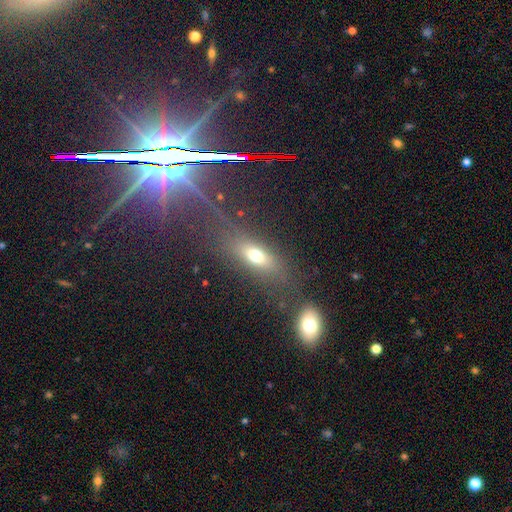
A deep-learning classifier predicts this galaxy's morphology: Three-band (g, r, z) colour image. It shows a smooth galaxy with no disk features (64%) that is in between round and cigar-shaped (64%). Merging: none (69%).